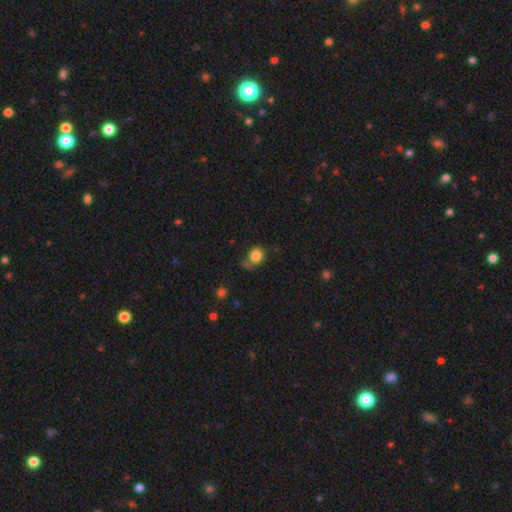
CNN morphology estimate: A smooth galaxy with no disk features (83%) that is round (72%).

Vote fractions:
- Smooth or featured? smooth: 83% / star or artifact: 10% / featured or disk: 7%
- How rounded? round: 72% / in between: 27% / cigar-shaped: 1%
- Merging? none: 61% / minor disturbance: 20% / merger: 11% / major disturbance: 9%